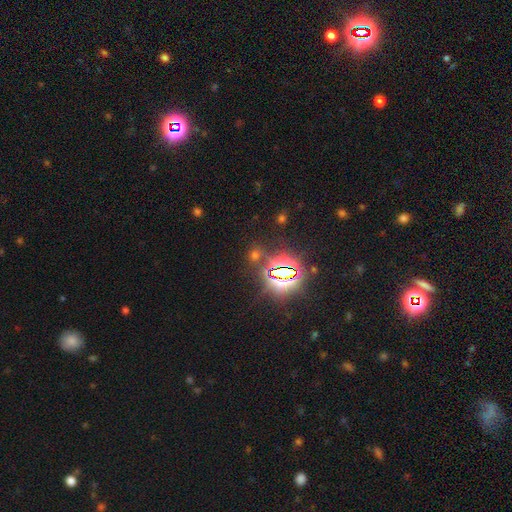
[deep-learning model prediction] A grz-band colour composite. It shows a star or artifact, not a galaxy (68%).